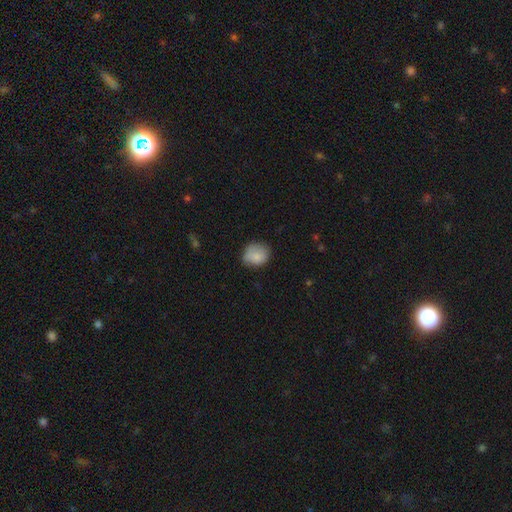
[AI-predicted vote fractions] The model was most divided on "how rounded": round: 63%, in between: 36%, cigar-shaped: 1%. More confident: smooth or featured — smooth (83%); merging — none (62%).